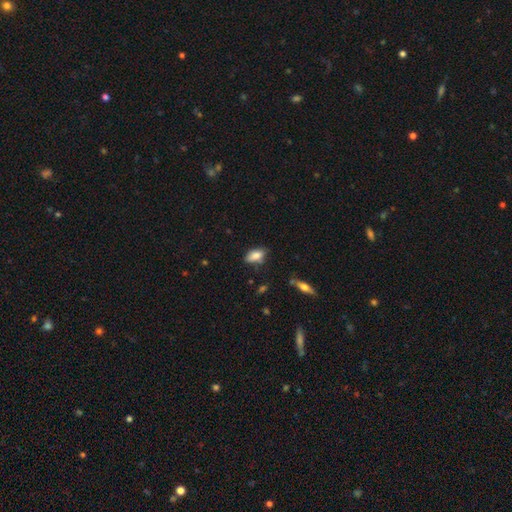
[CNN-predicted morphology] The model was most divided on "merging": none: 67%, minor disturbance: 25%, major disturbance: 5%, merger: 3%. More confident: how rounded — in between (90%); smooth or featured — smooth (81%).